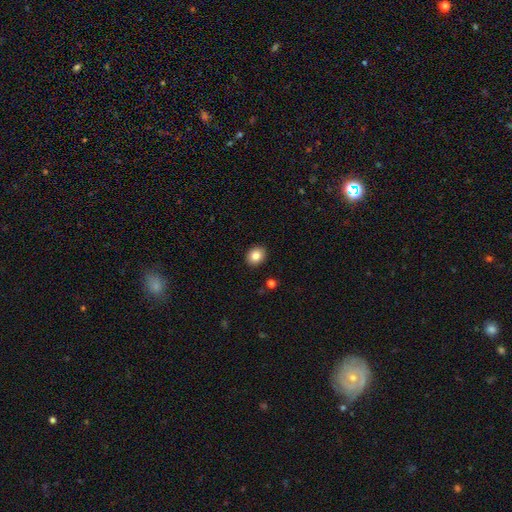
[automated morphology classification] Smooth or featured?
  - smooth: 84% *
  - star or artifact: 9%
  - featured or disk: 7%
How rounded?
  - round: 54% *
  - in between: 46%
  - cigar-shaped: 1%
Merging?
  - none: 91% *
  - minor disturbance: 6%
  - major disturbance: 2%
  - merger: 1%